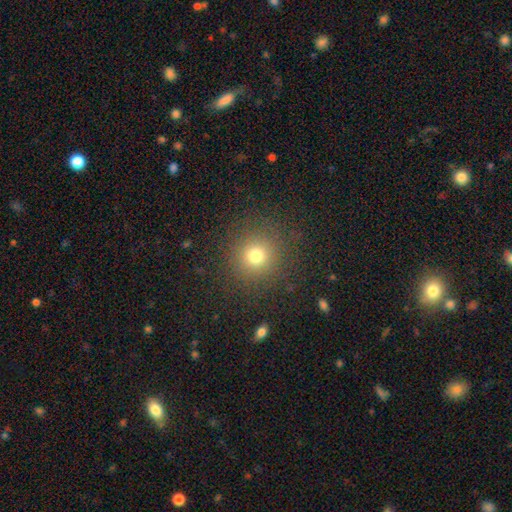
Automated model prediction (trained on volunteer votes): A smooth galaxy with no disk features (75%) that is round (92%). Merging: none (88%).